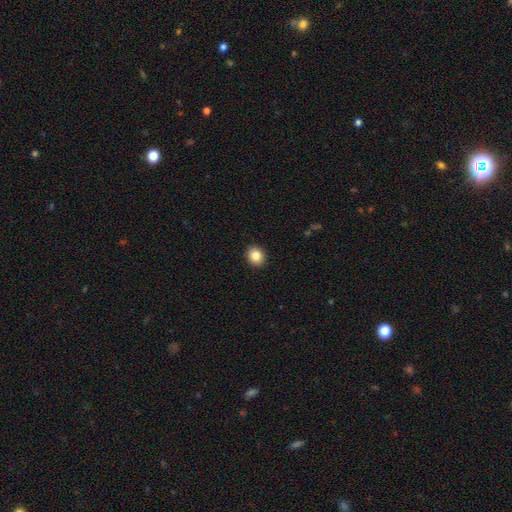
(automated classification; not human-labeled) The model was most divided on "how rounded": round: 69%, in between: 30%, cigar-shaped: 1%. More confident: merging — none (92%); smooth or featured — smooth (85%).